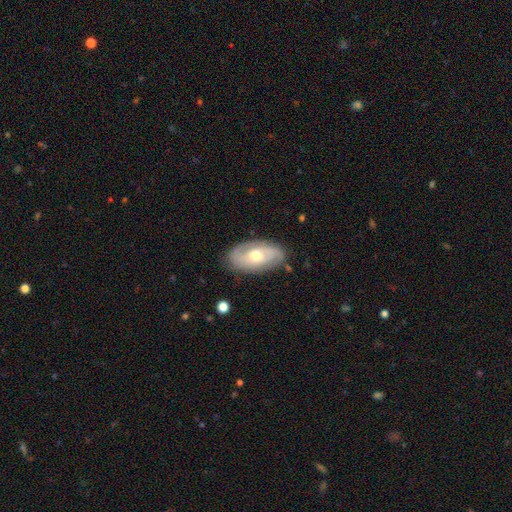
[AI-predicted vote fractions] A featured or disk galaxy (64%) with no bar (63%), spiral arms (73%) and a moderate central bulge (68%).

Vote fractions:
- Smooth or featured? featured or disk: 64% / smooth: 29% / star or artifact: 6%
- Edge-on disk? no: 91% / yes: 9%
- Bar? no: 63% / weak: 28% / strong: 9%
- Spiral arms? yes: 73% / no: 27%
- Bulge size? moderate: 68% / small: 26% / large: 4% / none: 1% / dominant: 1%
- Merging? none: 80% / minor disturbance: 15% / major disturbance: 4% / merger: 1%